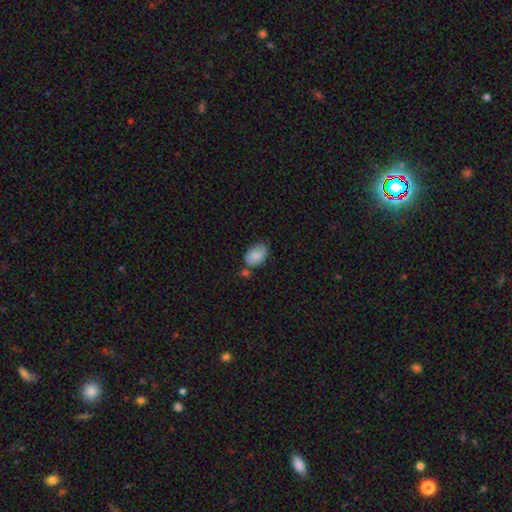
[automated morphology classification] type=smooth (83%); roundness=in between (82%); merging=none (60%).